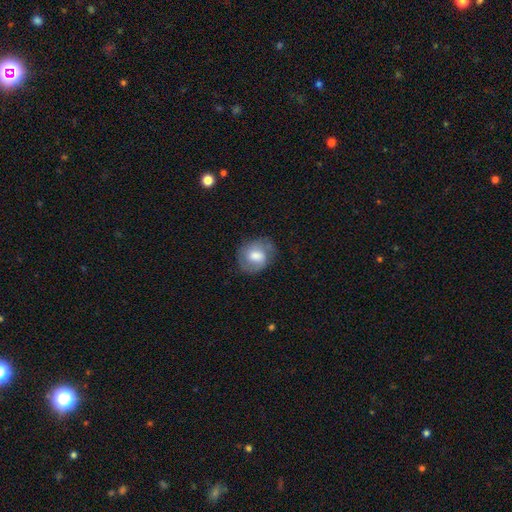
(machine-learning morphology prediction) This is possibly a smooth galaxy (48%). Merging: likely none (66%).